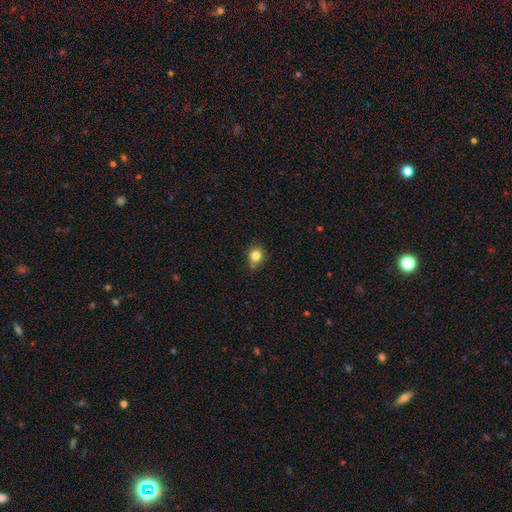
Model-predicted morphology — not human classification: The model was most divided on "merging": none: 77%, minor disturbance: 14%, merger: 6%, major disturbance: 3%. More confident: smooth or featured — smooth (82%); how rounded — round (82%).